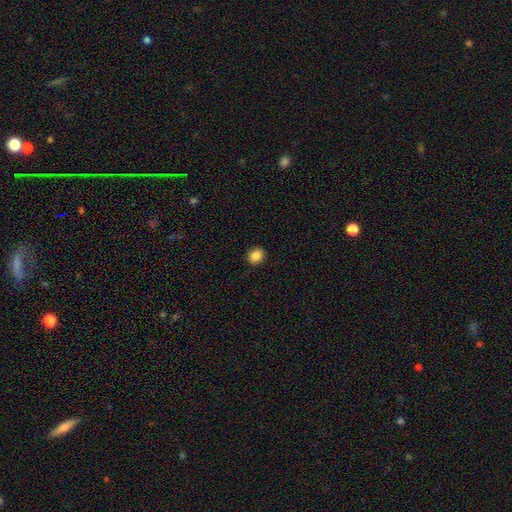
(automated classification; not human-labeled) Smooth or featured?
  - smooth: 87% *
  - star or artifact: 10%
  - featured or disk: 4%
How rounded?
  - round: 72% *
  - in between: 27%
  - cigar-shaped: 1%
Merging?
  - none: 91% *
  - minor disturbance: 6%
  - major disturbance: 2%
  - merger: 1%